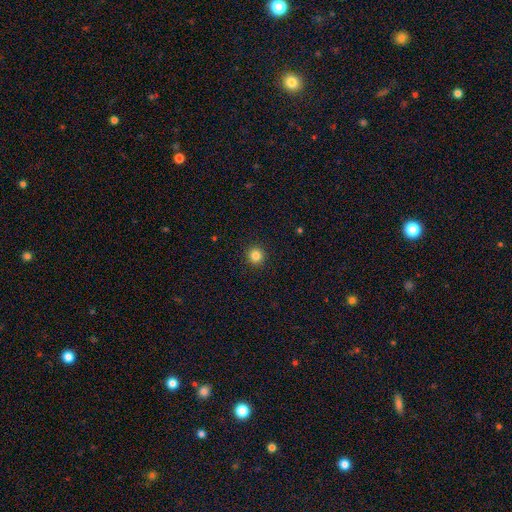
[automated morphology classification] Smooth or featured?
  - smooth: 84% *
  - star or artifact: 12%
  - featured or disk: 4%
How rounded?
  - round: 94% *
  - in between: 5%
  - cigar-shaped: 1%
Merging?
  - none: 93% *
  - minor disturbance: 5%
  - major disturbance: 2%
  - merger: 1%